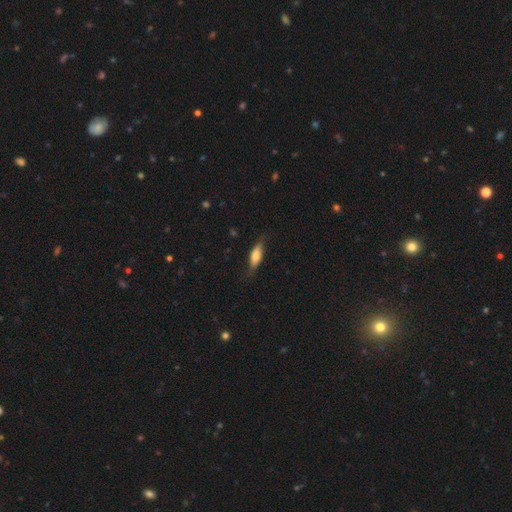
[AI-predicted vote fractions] smooth_or_featured: smooth (p=0.66) [alt: featured or disk p=0.27]
how_rounded: in between (p=0.67) [alt: cigar-shaped p=0.30]
merging: none (p=0.71) [alt: minor disturbance p=0.22]